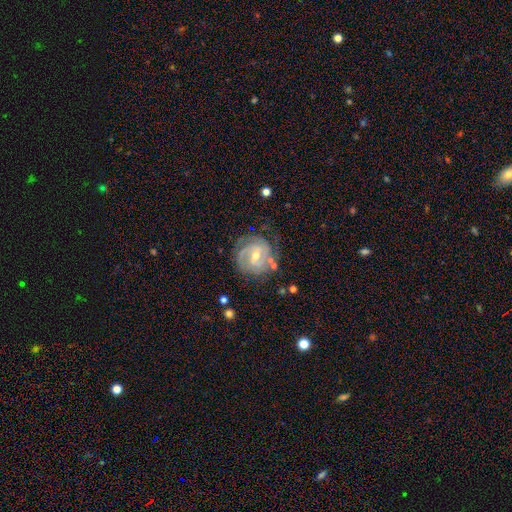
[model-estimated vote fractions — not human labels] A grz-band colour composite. It shows a featured or disk galaxy (85%) with a weak bar (52%), 2 (43%) tight (65%) spiral arms (95%) and a moderate central bulge (56%). Merging: none (72%).